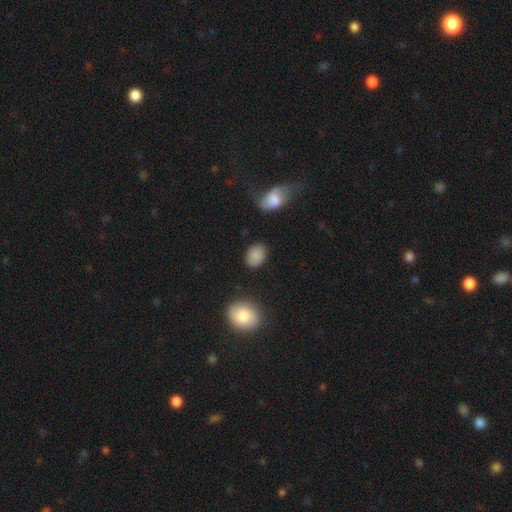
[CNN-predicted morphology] The model was most divided on "how rounded": in between: 72%, round: 27%, cigar-shaped: 1%. More confident: smooth or featured — smooth (87%); merging — none (83%).